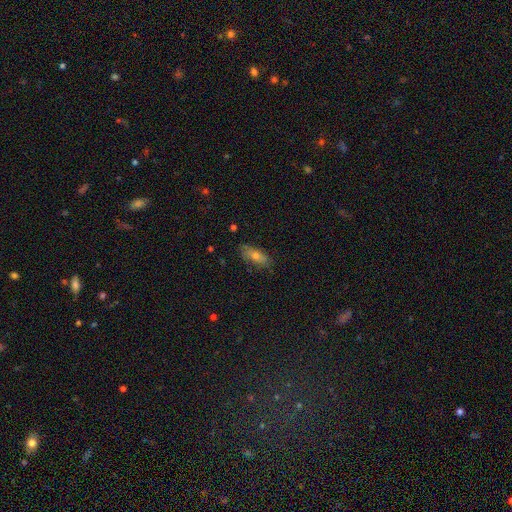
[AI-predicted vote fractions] Overall: smooth (56%; featured or disk 31%). How rounded: in between (66%; cigar-shaped 30%). Merging: none (81%).